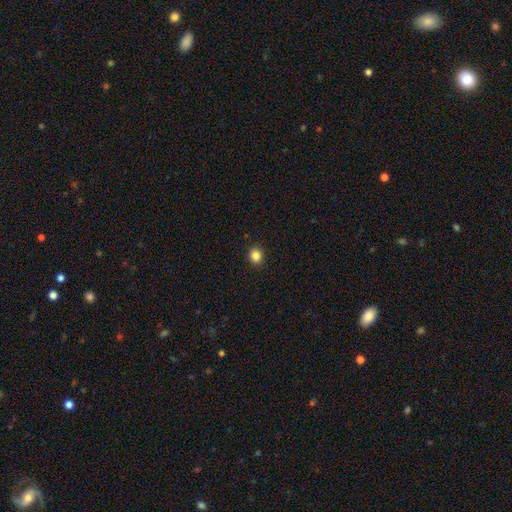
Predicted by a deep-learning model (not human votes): A smooth galaxy with no disk features (85%) that is round (78%). Merging: none (92%).